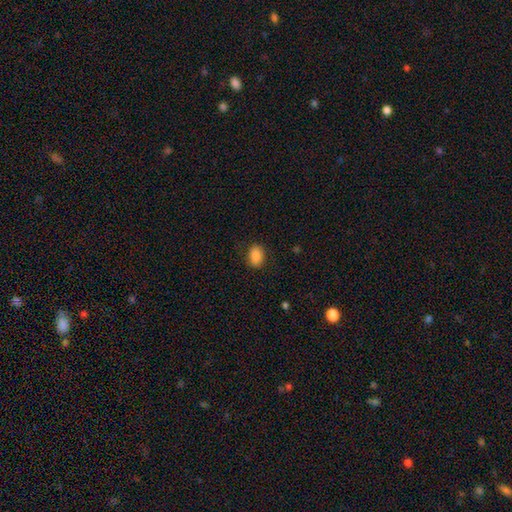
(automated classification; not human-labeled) Morphology: type=smooth (86%); roundness=in between (73%); merging=none (85%).